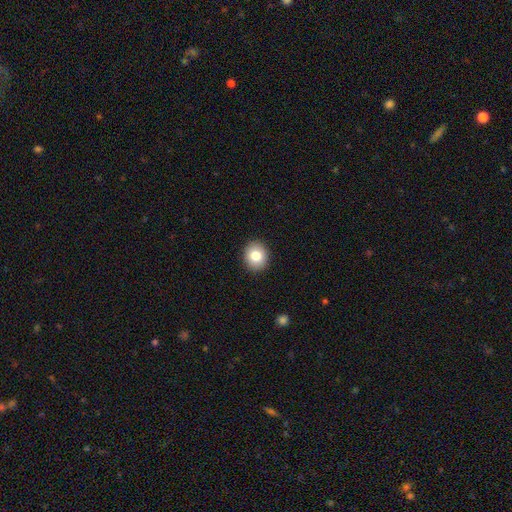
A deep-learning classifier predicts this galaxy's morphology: Q: Smooth or featured?
A: smooth (82%); runner-up: featured or disk (9%)
Q: How rounded?
A: round (77%); runner-up: in between (22%)
Q: Merging?
A: none (92%); runner-up: minor disturbance (6%)